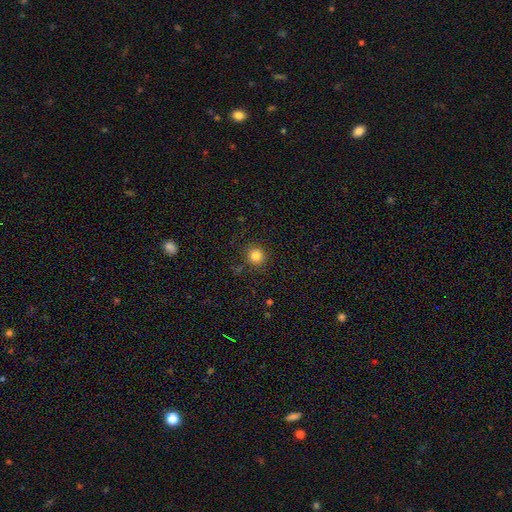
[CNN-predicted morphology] smooth_or_featured: smooth (p=0.83) [alt: star or artifact p=0.12]
how_rounded: round (p=0.91) [alt: in between p=0.08]
merging: none (p=0.85) [alt: minor disturbance p=0.09]